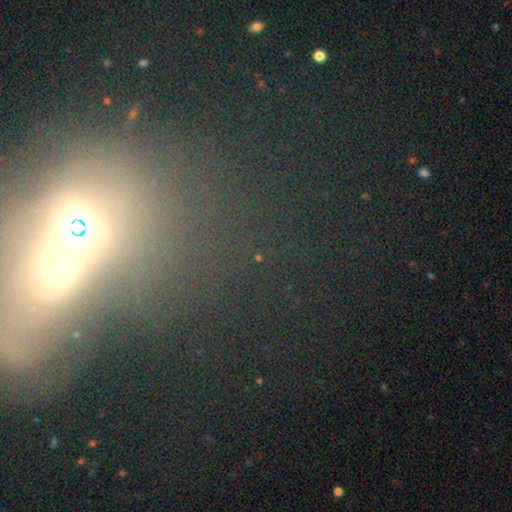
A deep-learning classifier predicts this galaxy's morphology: A star or artifact, not a galaxy (43%).

Vote fractions:
- Smooth or featured? star or artifact: 43% / smooth: 34% / featured or disk: 23%